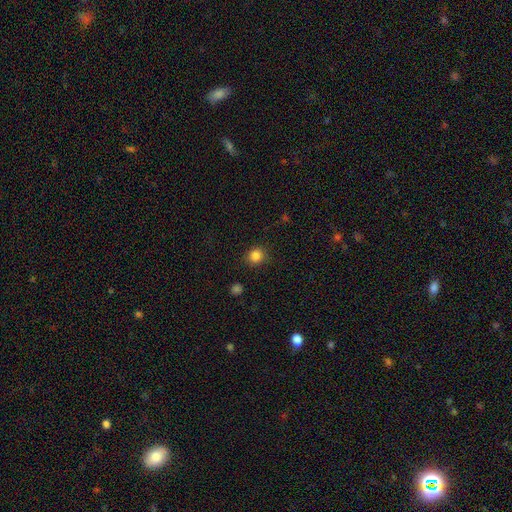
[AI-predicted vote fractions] Morphology: type=smooth (84%); roundness=round (85%); merging=none (88%).